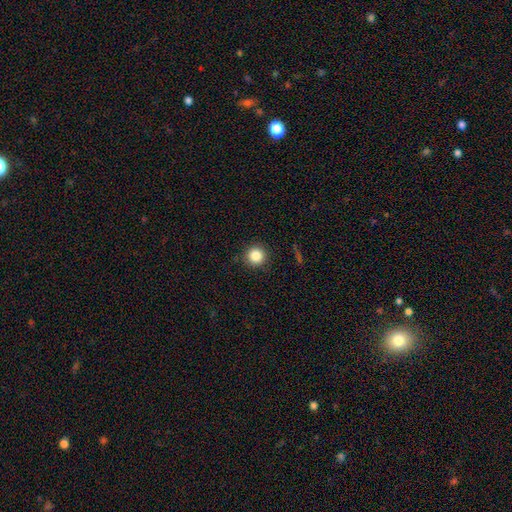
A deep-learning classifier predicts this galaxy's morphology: The model was most divided on "smooth or featured": smooth: 85%, star or artifact: 10%, featured or disk: 5%. More confident: how rounded — round (95%); merging — none (90%).